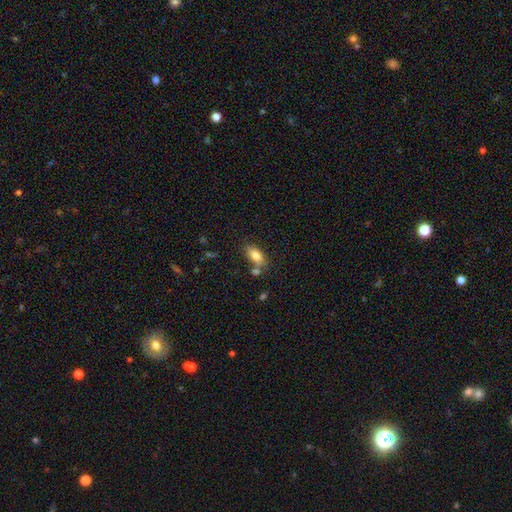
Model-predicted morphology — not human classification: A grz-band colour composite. It shows a smooth galaxy with no disk features (81%) that is in between round and cigar-shaped (89%). Merging: none (61%).